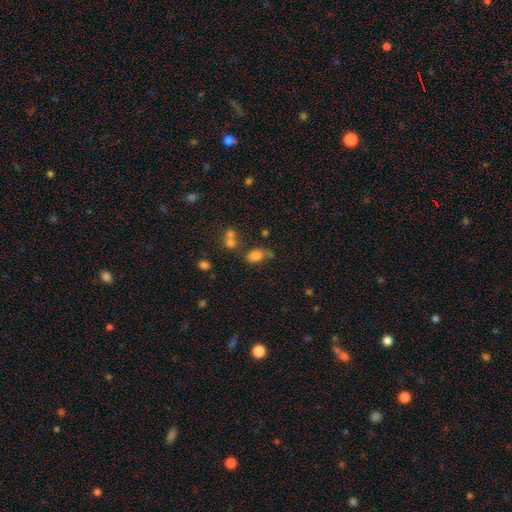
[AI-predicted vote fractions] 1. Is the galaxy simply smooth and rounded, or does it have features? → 78% smooth, 12% featured or disk, 11% star or artifact.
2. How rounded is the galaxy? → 86% in between, 11% round, 3% cigar-shaped.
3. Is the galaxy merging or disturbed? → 49% none, 23% minor disturbance, 17% merger, 11% major disturbance.